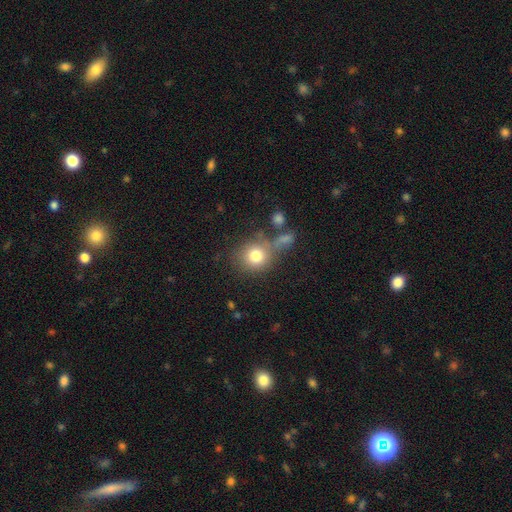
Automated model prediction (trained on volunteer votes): Smooth or featured: smooth — 78% (featured or disk — 11%)
How rounded: round — 84% (in between — 15%)
Merging: none — 59% (merger — 17%)